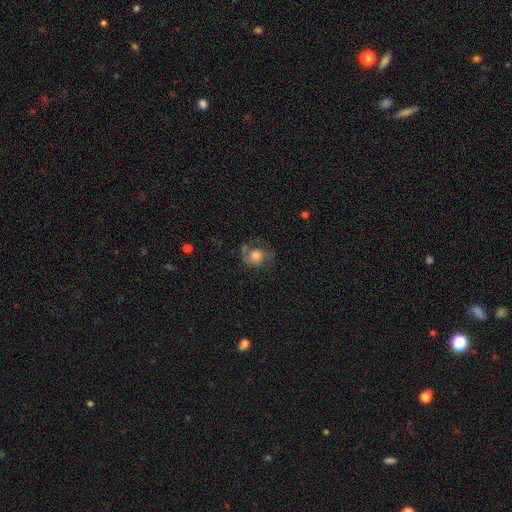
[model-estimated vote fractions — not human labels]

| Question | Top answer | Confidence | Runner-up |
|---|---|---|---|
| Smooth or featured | featured or disk | 52% | smooth (38%) |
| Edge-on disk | no | 97% | yes (3%) |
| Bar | no | 77% | weak (20%) |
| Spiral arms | yes | 85% | no (15%) |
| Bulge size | moderate | 47% | large (32%) |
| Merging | none | 59% | minor disturbance (21%) |